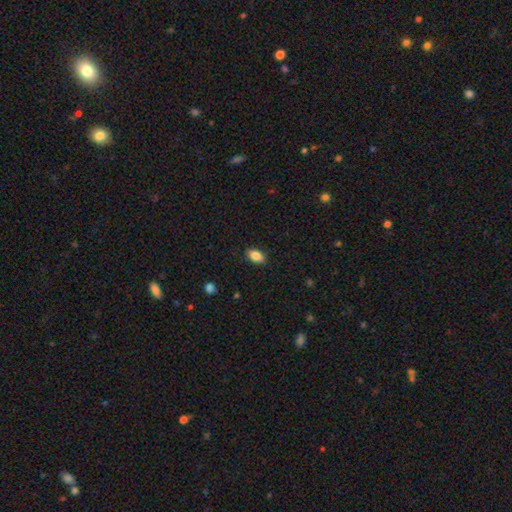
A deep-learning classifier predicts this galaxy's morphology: Q: Smooth or featured?
A: smooth (85%); runner-up: star or artifact (8%)
Q: How rounded?
A: in between (90%); runner-up: cigar-shaped (5%)
Q: Merging?
A: none (88%); runner-up: minor disturbance (9%)